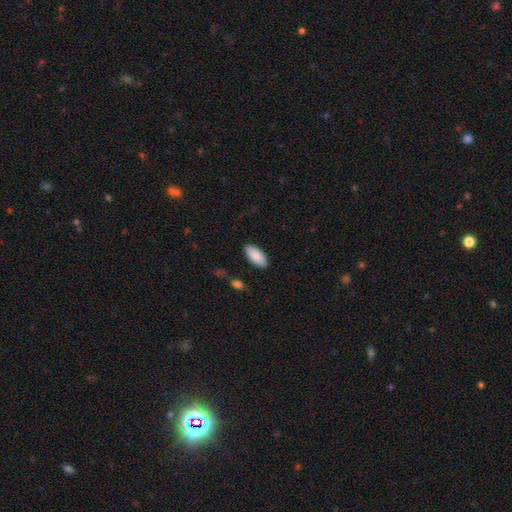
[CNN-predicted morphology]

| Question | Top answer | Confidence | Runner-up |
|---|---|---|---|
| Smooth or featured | smooth | 90% | star or artifact (6%) |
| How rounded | in between | 91% | cigar-shaped (7%) |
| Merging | none | 87% | minor disturbance (9%) |